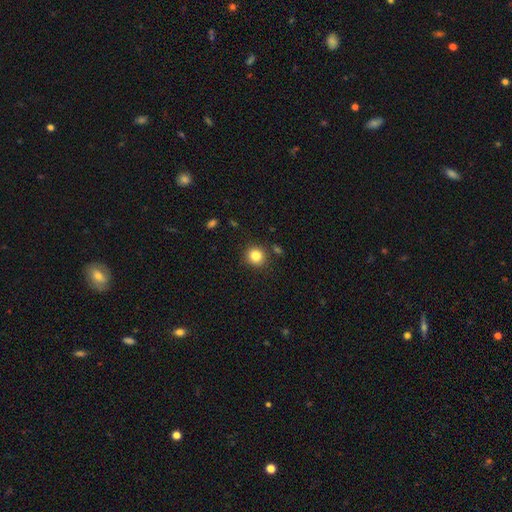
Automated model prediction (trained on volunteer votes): Smooth or featured? Predicted: smooth (p=0.83). How rounded? Predicted: round (p=0.90). Merging? Predicted: none (p=0.87).